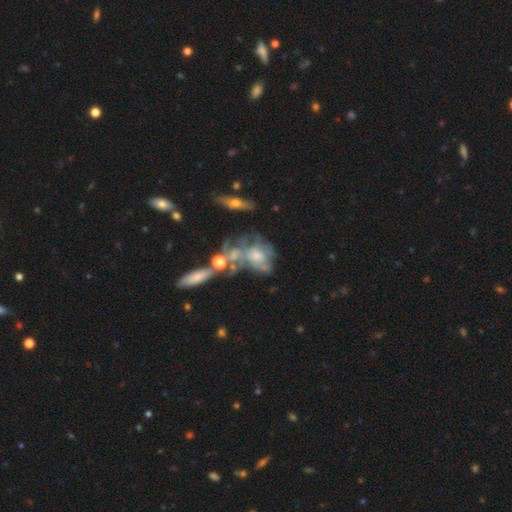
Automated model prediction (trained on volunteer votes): smooth_or_featured: featured or disk (p=0.60) [alt: smooth p=0.26]
disk_edge_on: no (p=0.91) [alt: yes p=0.09]
bar: no (p=0.84) [alt: weak p=0.13]
has_spiral_arms: no (p=0.66) [alt: yes p=0.34]
bulge_size: moderate (p=0.43) [alt: small p=0.26]
merging: merger (p=0.40) [alt: major disturbance p=0.23]